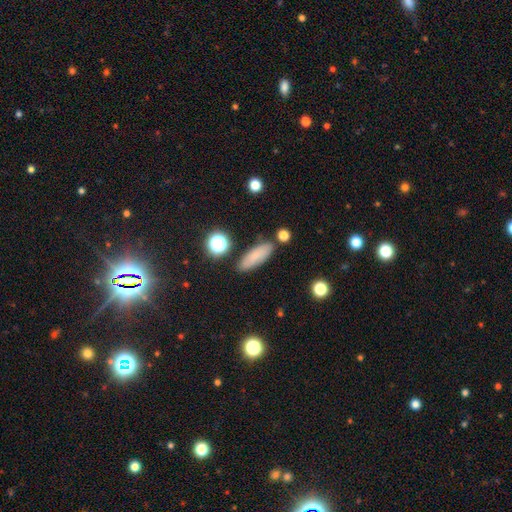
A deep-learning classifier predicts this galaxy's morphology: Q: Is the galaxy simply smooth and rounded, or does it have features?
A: smooth — 78%.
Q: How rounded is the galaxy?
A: in between — 51%.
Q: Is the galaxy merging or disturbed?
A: none — 81%.